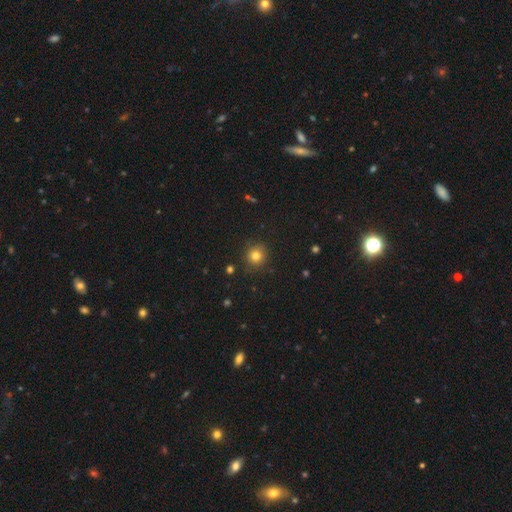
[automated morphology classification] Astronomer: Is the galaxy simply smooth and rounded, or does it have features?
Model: smooth — 80%.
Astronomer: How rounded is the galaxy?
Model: round — 91%.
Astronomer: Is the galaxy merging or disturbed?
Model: none — 89%.